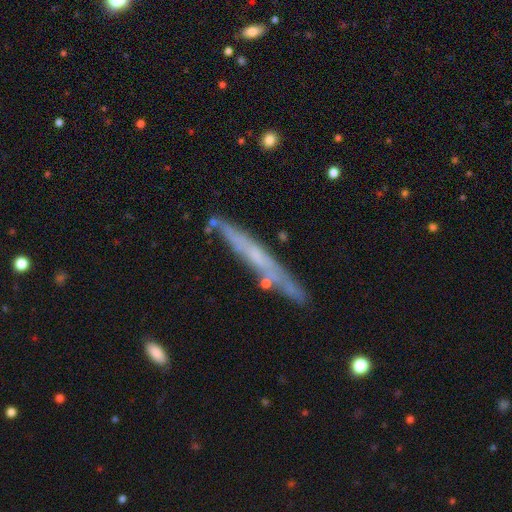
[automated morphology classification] smooth_or_featured: featured or disk (p=0.59) [alt: smooth p=0.34]
disk_edge_on: yes (p=0.85) [alt: no p=0.15]
edge_on_bulge: none (p=0.73) [alt: rounded p=0.22]
merging: none (p=0.76) [alt: minor disturbance p=0.16]